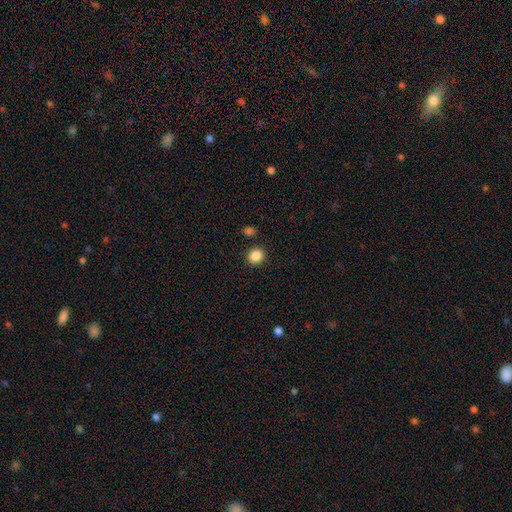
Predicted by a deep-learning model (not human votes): Morphology: type=smooth (87%); roundness=round (79%); merging=none (87%).